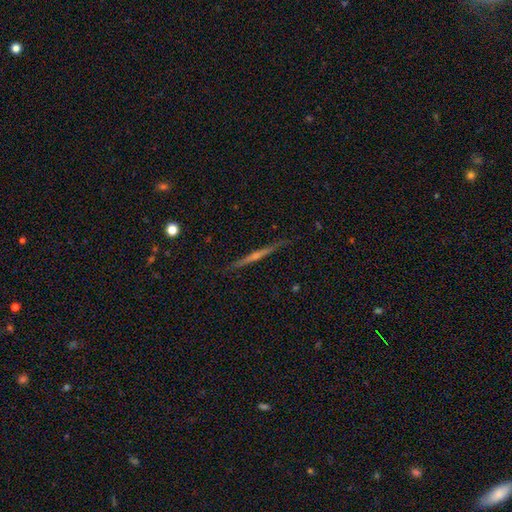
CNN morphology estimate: Smooth or featured? Predicted: featured or disk (p=0.76). Edge-on disk? Predicted: yes (p=0.98). Edge-on bulge? Predicted: rounded (p=0.69). Merging? Predicted: none (p=0.89).